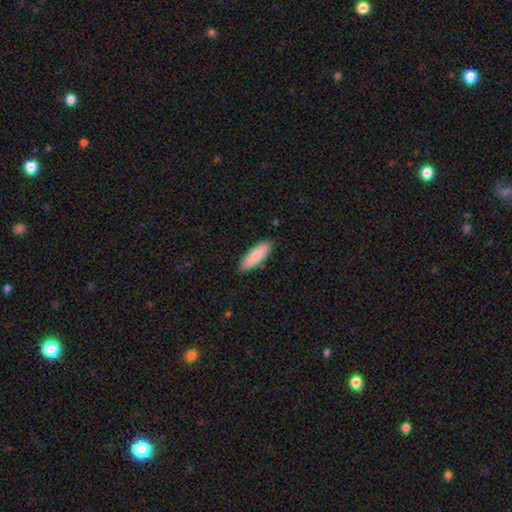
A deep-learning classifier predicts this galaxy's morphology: smooth-or-featured: smooth: 86% | featured or disk: 9% | star or artifact: 6%
  how-rounded: in between: 53% | cigar-shaped: 45% | round: 2%
  merging: none: 88% | minor disturbance: 9% | major disturbance: 2% | merger: 1%